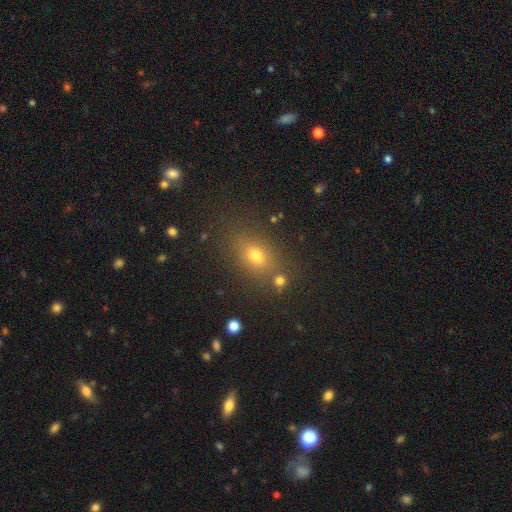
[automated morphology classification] type=smooth (70%); roundness=in between (70%); merging=none (74%).